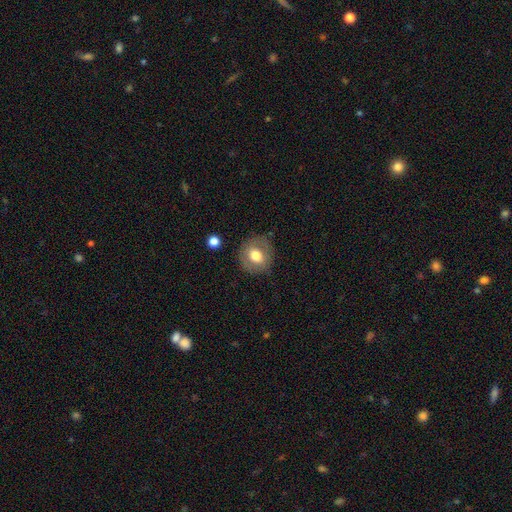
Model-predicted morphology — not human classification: smooth-or-featured: smooth: 66% | featured or disk: 26% | star or artifact: 8%
  how-rounded: round: 79% | in between: 20% | cigar-shaped: 1%
  merging: none: 81% | minor disturbance: 13% | major disturbance: 5% | merger: 2%